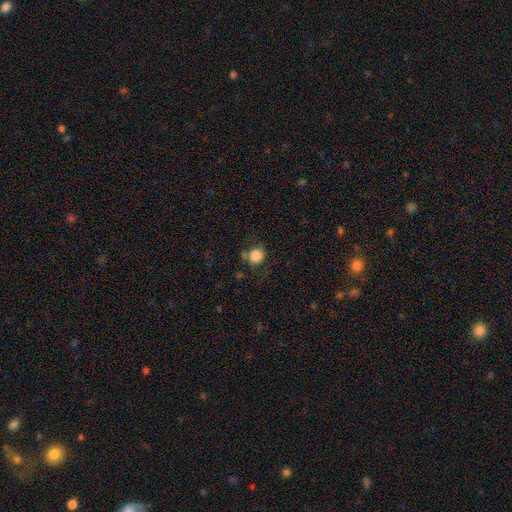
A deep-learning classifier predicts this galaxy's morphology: smooth_or_featured: smooth (p=0.83) [alt: star or artifact p=0.10]
how_rounded: round (p=0.77) [alt: in between p=0.22]
merging: none (p=0.62) [alt: minor disturbance p=0.20]